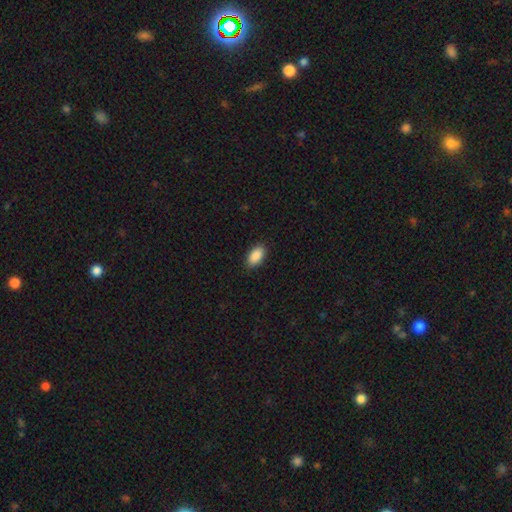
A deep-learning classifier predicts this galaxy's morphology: smooth_or_featured: smooth (p=0.90) [alt: star or artifact p=0.07]
how_rounded: in between (p=0.93) [alt: cigar-shaped p=0.04]
merging: none (p=0.88) [alt: minor disturbance p=0.09]